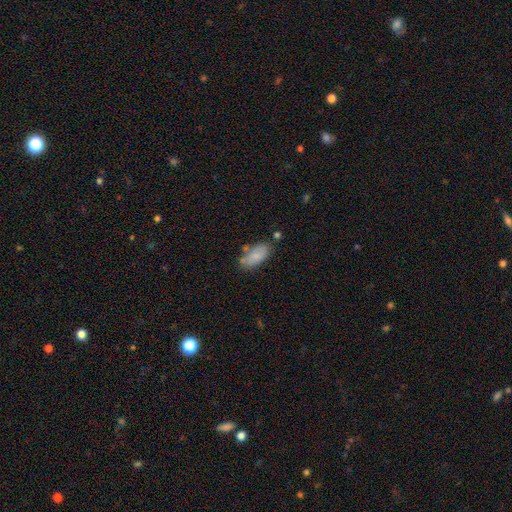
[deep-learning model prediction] Smooth or featured? Predicted: smooth (p=0.81). How rounded? Predicted: in between (p=0.91). Merging? Predicted: none (p=0.66).